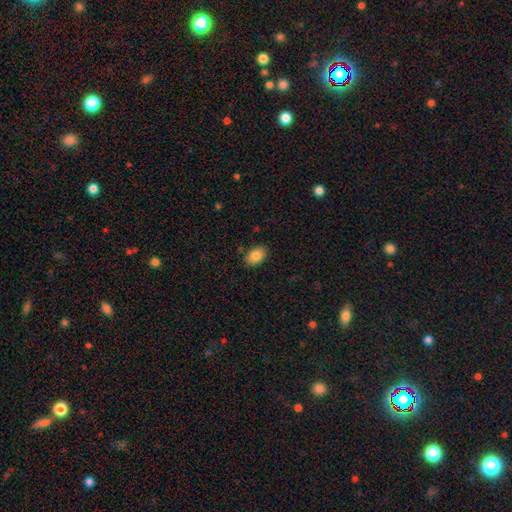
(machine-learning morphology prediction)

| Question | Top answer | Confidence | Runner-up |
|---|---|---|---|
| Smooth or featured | smooth | 86% | star or artifact (7%) |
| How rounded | in between | 88% | round (11%) |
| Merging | none | 86% | minor disturbance (11%) |